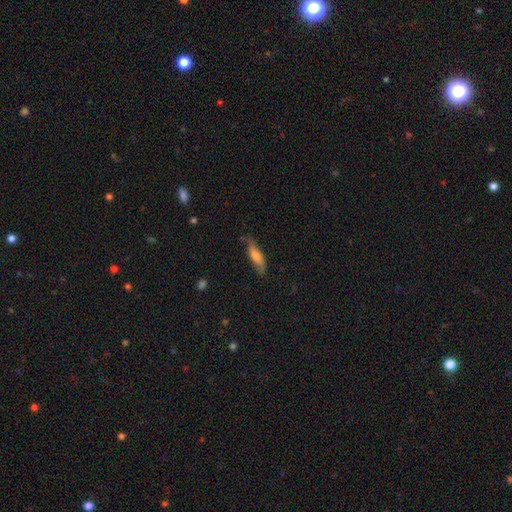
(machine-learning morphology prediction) smooth 69%, featured or disk 25%, star or artifact 6%. Down the decision tree: how rounded — cigar-shaped (63%); merging — none (68%).